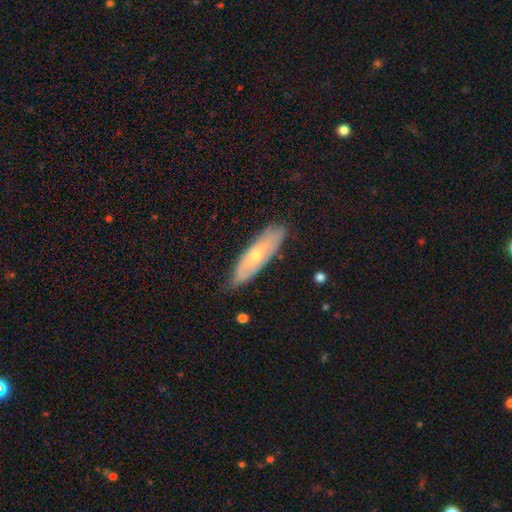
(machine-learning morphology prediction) Smooth or featured? smooth (50%)
How rounded? cigar-shaped (56%)
Merging? none (77%)